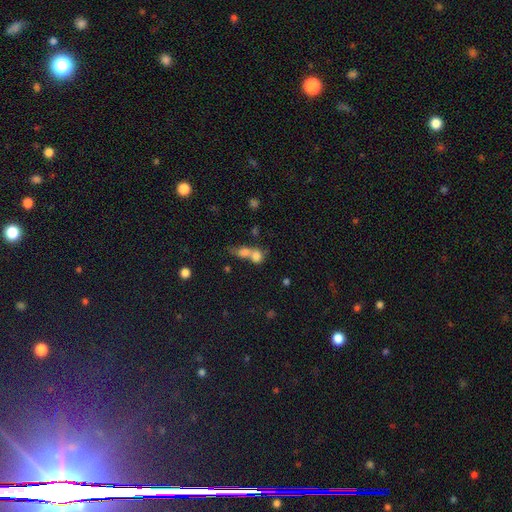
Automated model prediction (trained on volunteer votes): smooth 74%, featured or disk 14%, star or artifact 12%. Down the decision tree: how rounded — round (63%); merging — merger (67%).